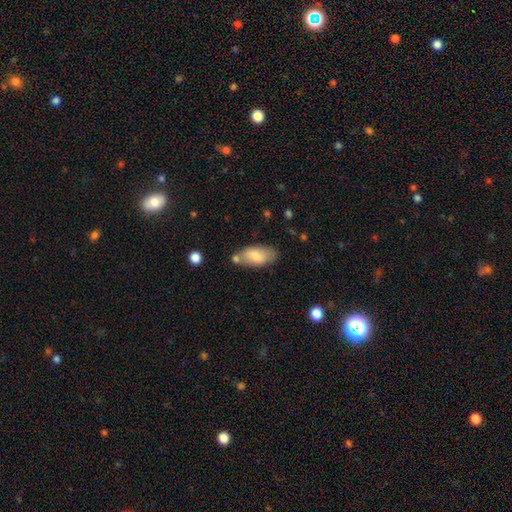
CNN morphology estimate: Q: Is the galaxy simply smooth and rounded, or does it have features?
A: smooth — 80%.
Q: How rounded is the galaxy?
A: in between — 91%.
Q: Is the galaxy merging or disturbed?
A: none — 63%.